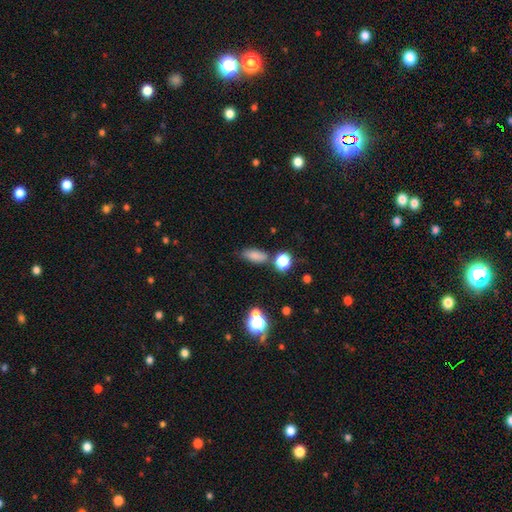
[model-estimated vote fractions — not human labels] This is likely a smooth galaxy (79%). How rounded: likely in between (75%). Merging: likely none (70%).